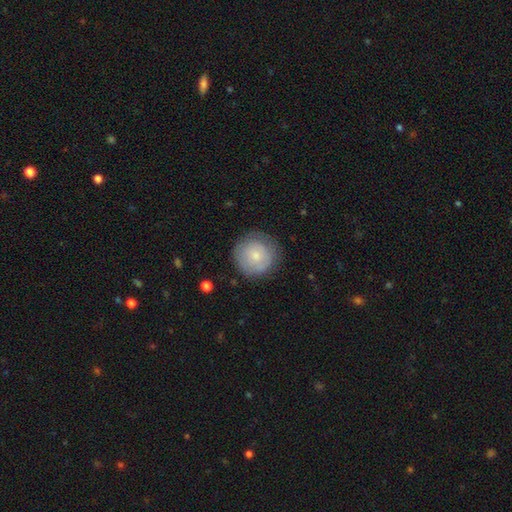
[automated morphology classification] smooth 71%, featured or disk 23%, star or artifact 6%. Down the decision tree: how rounded — round (94%); merging — none (77%).